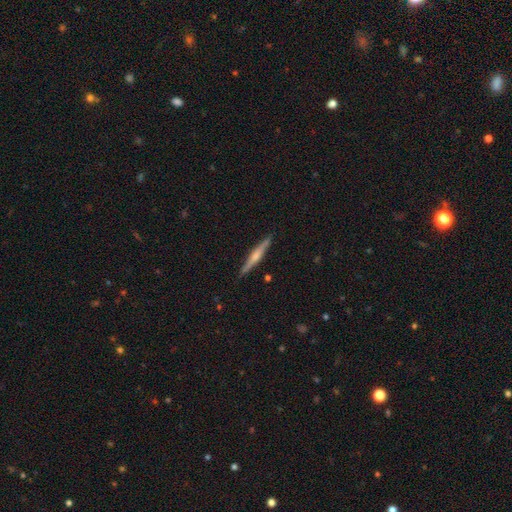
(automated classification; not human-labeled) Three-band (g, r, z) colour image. It shows a featured or disk galaxy (62%) viewed edge-on (98%) with a rounded central bulge (65%). Merging: none (89%).